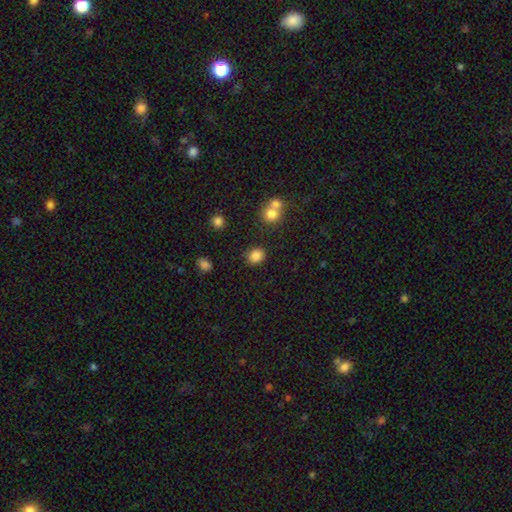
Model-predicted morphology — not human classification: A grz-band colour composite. It shows a smooth galaxy with no disk features (85%) that is round (67%). Merging: none (82%).